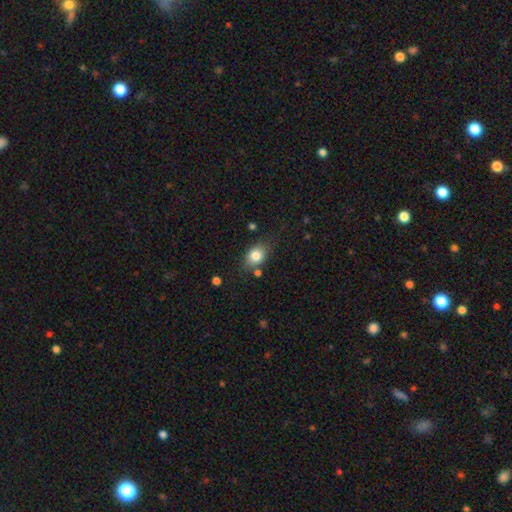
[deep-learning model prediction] Q: Smooth or featured?
A: smooth (81%); runner-up: featured or disk (10%)
Q: How rounded?
A: in between (64%); runner-up: round (34%)
Q: Merging?
A: none (69%); runner-up: minor disturbance (19%)